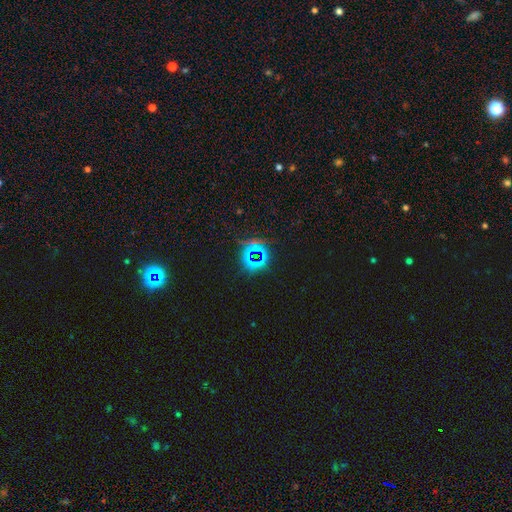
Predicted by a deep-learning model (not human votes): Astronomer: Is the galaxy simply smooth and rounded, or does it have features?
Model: star or artifact — 76%.